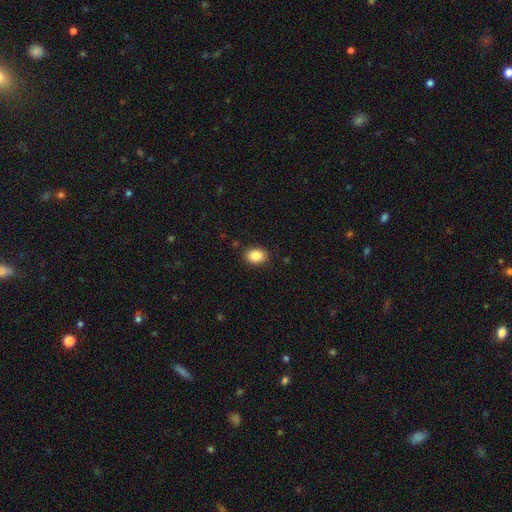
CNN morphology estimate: Smooth or featured?
  - smooth: 85% *
  - star or artifact: 9%
  - featured or disk: 6%
How rounded?
  - in between: 63% *
  - round: 36%
  - cigar-shaped: 1%
Merging?
  - none: 89% *
  - minor disturbance: 8%
  - major disturbance: 2%
  - merger: 1%